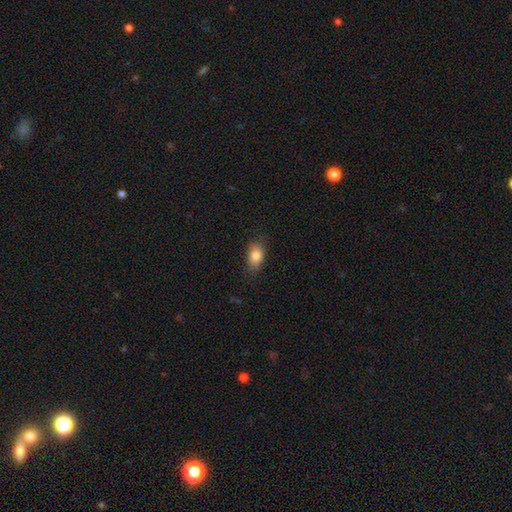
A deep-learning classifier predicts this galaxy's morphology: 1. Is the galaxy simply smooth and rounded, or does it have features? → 83% smooth, 9% featured or disk, 8% star or artifact.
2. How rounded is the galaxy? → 85% in between, 13% round, 3% cigar-shaped.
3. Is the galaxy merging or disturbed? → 79% none, 17% minor disturbance, 3% major disturbance, 1% merger.